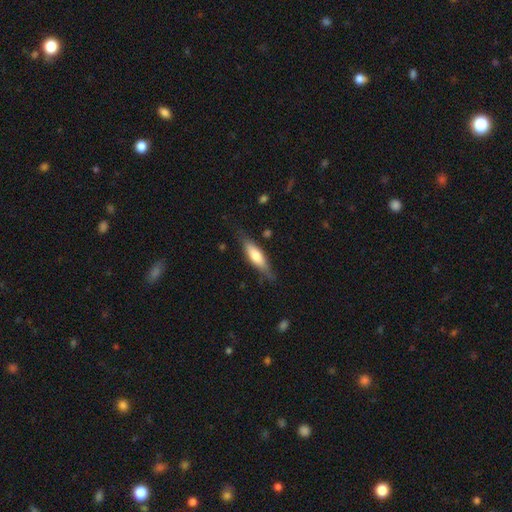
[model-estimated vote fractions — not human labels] This appears to be a smooth galaxy with no disk features (62%) that is cigar-shaped (61%). Merging: none (75%).